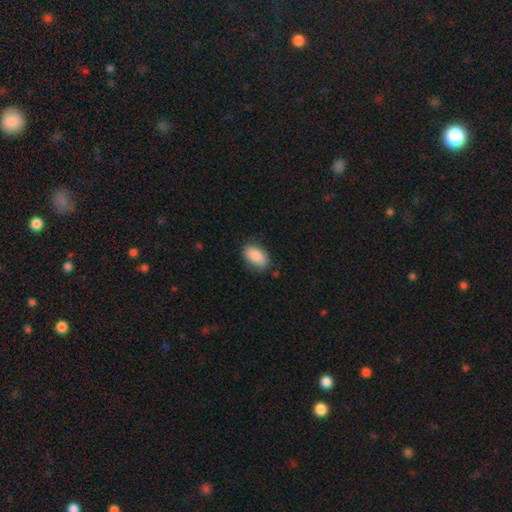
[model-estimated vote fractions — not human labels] This is clearly a smooth galaxy (88%). How rounded: clearly in between (92%). Merging: clearly none (81%).